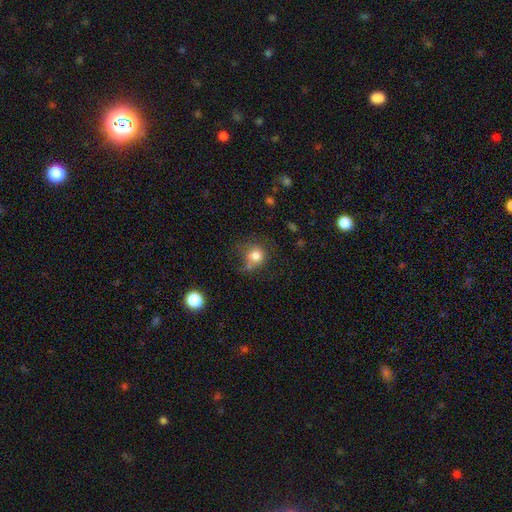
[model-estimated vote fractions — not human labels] Smooth or featured? Predicted: smooth (p=0.79). How rounded? Predicted: round (p=0.85). Merging? Predicted: none (p=0.57).